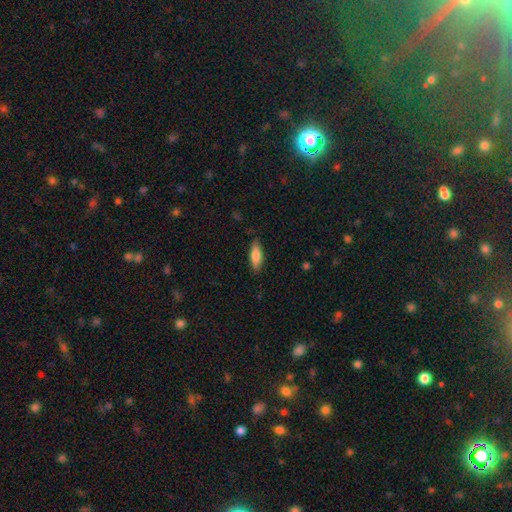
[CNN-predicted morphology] Smooth or featured? smooth (77%)
How rounded? in between (58%)
Merging? none (83%)